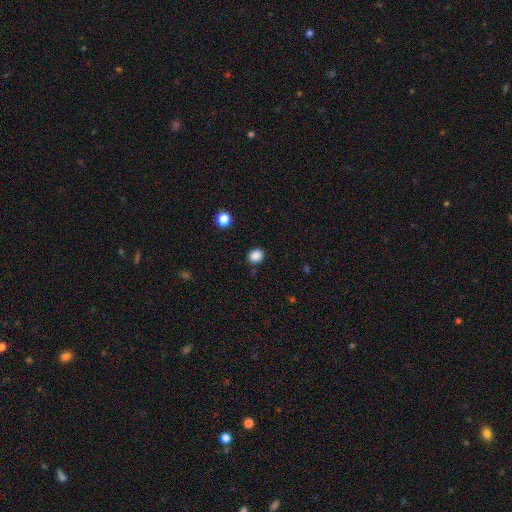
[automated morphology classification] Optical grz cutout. It shows a smooth galaxy with no disk features (86%) that is round (79%). Merging: none (86%).